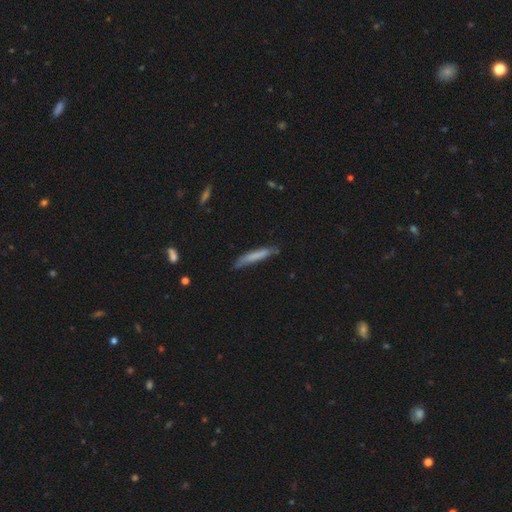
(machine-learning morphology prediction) smooth_or_featured: smooth (p=0.69) [alt: featured or disk p=0.25]
how_rounded: cigar-shaped (p=0.94) [alt: in between p=0.05]
merging: none (p=0.74) [alt: minor disturbance p=0.20]